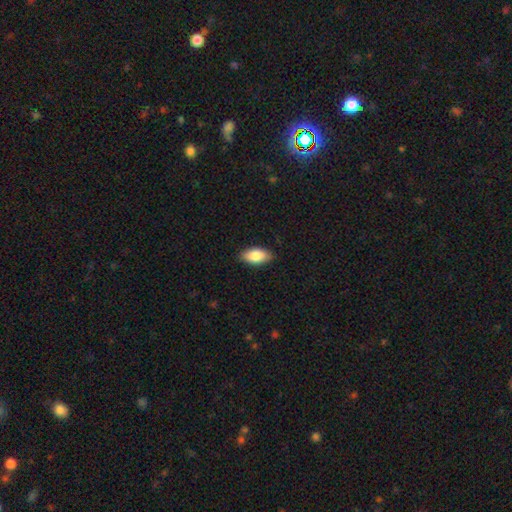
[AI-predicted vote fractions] smooth_or_featured: smooth (p=0.84) [alt: featured or disk p=0.09]
how_rounded: in between (p=0.92) [alt: cigar-shaped p=0.05]
merging: none (p=0.87) [alt: minor disturbance p=0.10]